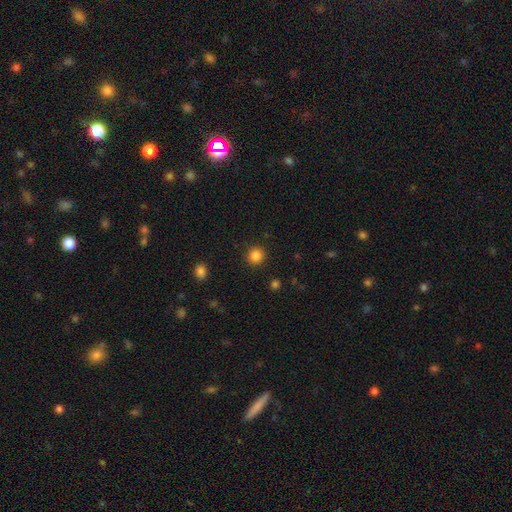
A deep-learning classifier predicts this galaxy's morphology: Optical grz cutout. It shows a smooth galaxy with no disk features (85%) that is round (92%). Merging: none (91%).